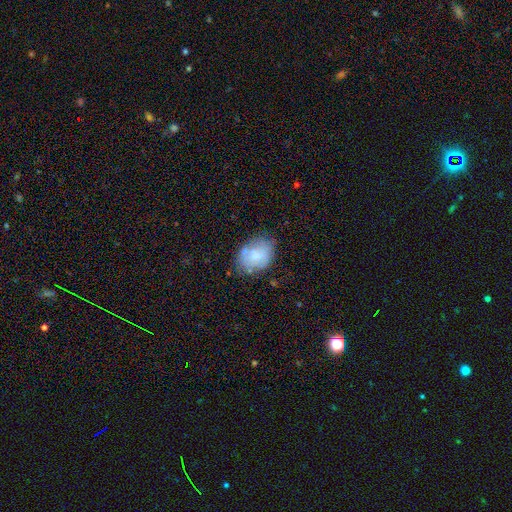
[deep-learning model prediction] smooth-or-featured: smooth: 65% | featured or disk: 27% | star or artifact: 8%
  how-rounded: in between: 68% | round: 31% | cigar-shaped: 1%
  merging: none: 59% | minor disturbance: 27% | major disturbance: 9% | merger: 4%